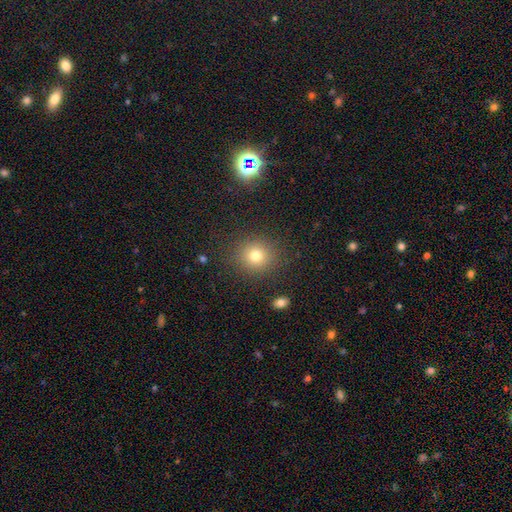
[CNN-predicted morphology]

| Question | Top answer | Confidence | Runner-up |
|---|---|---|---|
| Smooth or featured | smooth | 76% | star or artifact (15%) |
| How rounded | round | 85% | in between (14%) |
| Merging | none | 88% | minor disturbance (7%) |